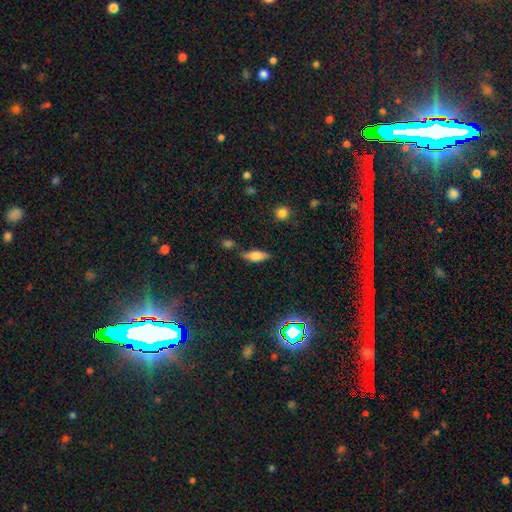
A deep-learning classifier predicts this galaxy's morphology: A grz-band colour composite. It shows a smooth galaxy with no disk features (64%) that is in between round and cigar-shaped (69%). Merging: none (71%).